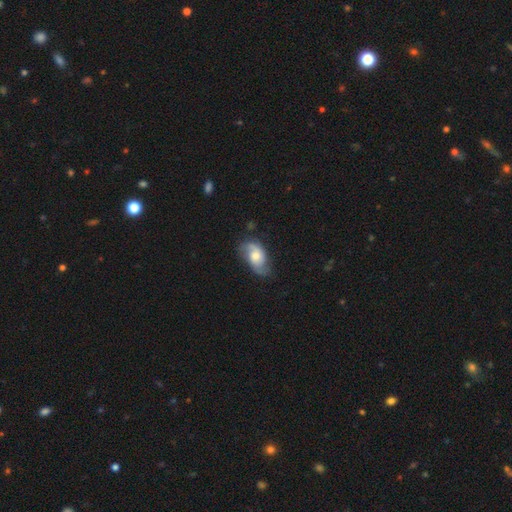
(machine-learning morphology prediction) Overall: featured or disk (67%). Edge-on disk: no (96%). Bar: no (66%; weak 29%). Spiral arms: yes (91%). Spiral arm count: 2 (82%). Spiral winding: medium (42%; loose 38%). Bulge size: moderate (58%; small 22%). Merging: none (65%).